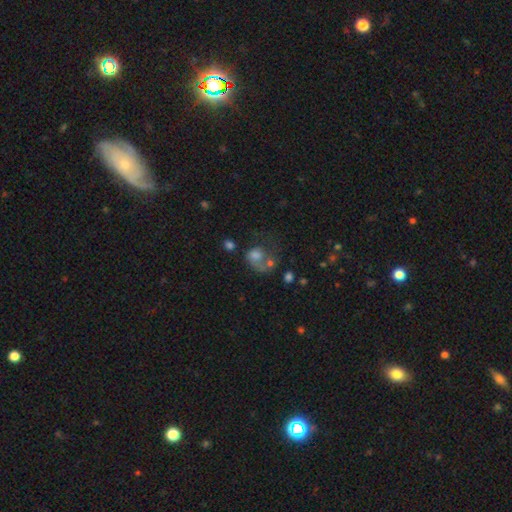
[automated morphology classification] smooth-or-featured: smooth: 52% | featured or disk: 35% | star or artifact: 13%
  how-rounded: round: 53% | in between: 45% | cigar-shaped: 1%
  merging: major disturbance: 39% | none: 24% | merger: 24% | minor disturbance: 13%